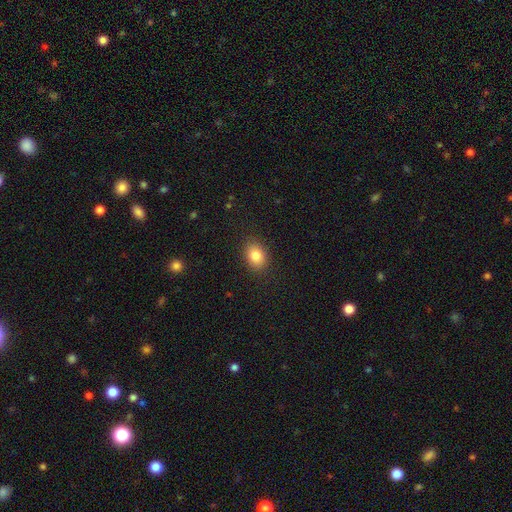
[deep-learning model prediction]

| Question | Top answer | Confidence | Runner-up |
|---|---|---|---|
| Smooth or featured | smooth | 83% | star or artifact (9%) |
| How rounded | in between | 70% | round (29%) |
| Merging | none | 88% | minor disturbance (9%) |